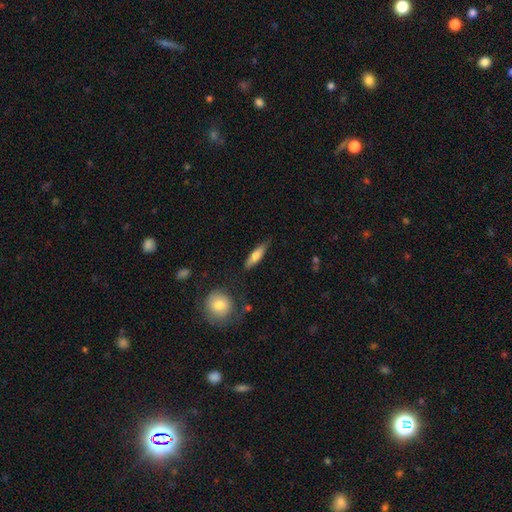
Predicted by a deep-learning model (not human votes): A smooth galaxy with no disk features (67%) that is cigar-shaped (65%). Merging: none (78%).